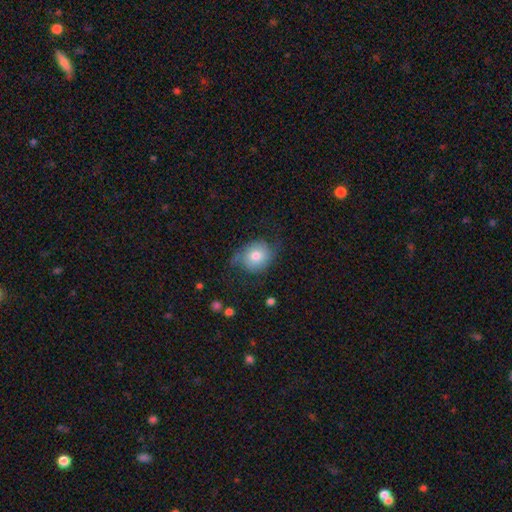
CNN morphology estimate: The model was most divided on "merging": none: 55%, minor disturbance: 27%, major disturbance: 16%, merger: 2%. More confident: how rounded — round (68%); smooth or featured — smooth (60%).